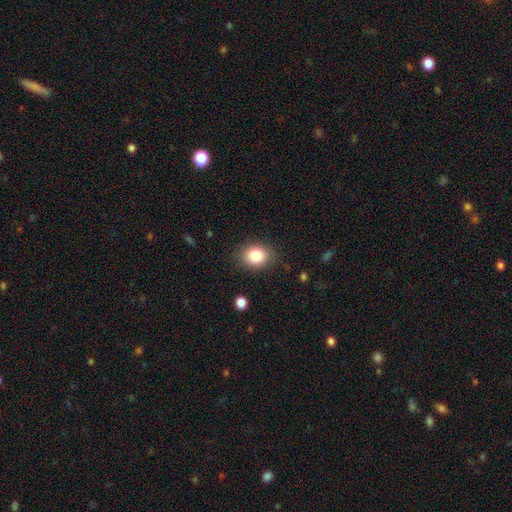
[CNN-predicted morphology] Overall: smooth (85%). How rounded: round (52%; in between 47%). Merging: none (84%).